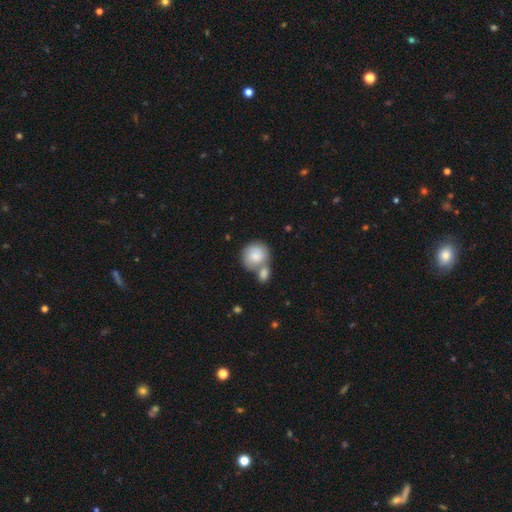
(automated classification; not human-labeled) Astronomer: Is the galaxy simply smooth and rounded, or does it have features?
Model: smooth — 79%.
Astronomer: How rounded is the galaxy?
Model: round — 80%.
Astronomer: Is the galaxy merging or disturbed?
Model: merger — 53% (runner-up: none, 31%).